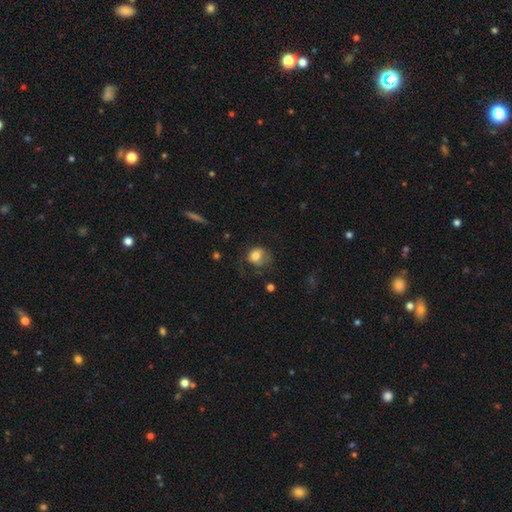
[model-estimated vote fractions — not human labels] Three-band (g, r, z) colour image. It shows a smooth galaxy with no disk features (77%) that is round (58%). Merging: none (39%).